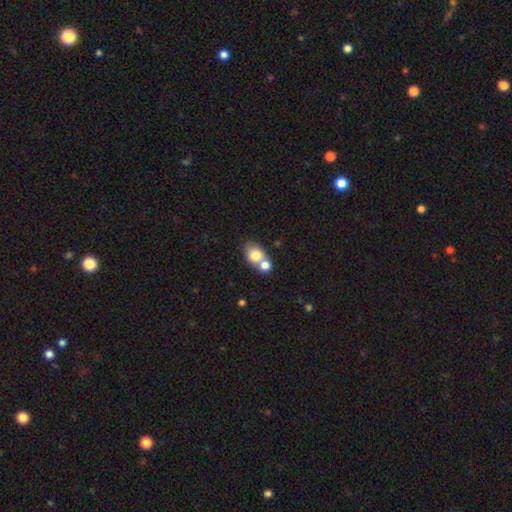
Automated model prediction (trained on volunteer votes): A smooth galaxy with no disk features (79%) that is in between round and cigar-shaped (53%). Merging: merger (56%).